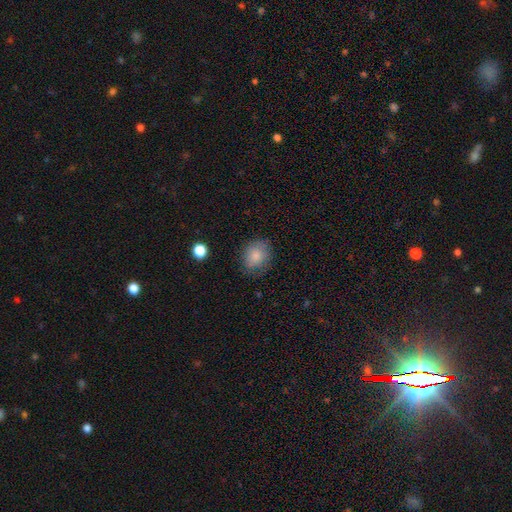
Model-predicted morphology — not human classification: This appears to be a smooth galaxy with no disk features (83%) that is round (56%). Merging: none (72%).